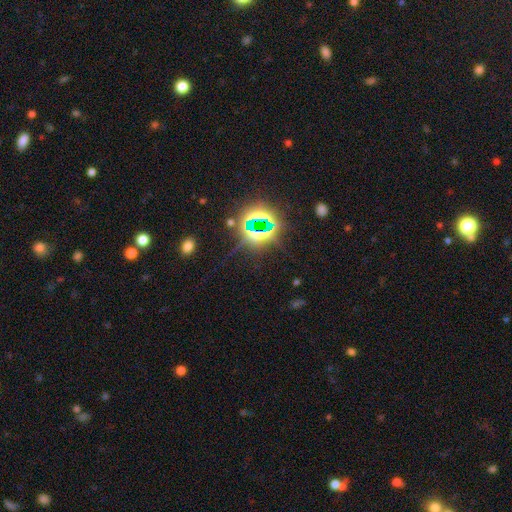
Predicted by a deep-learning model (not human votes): star or artifact 77%, smooth 14%, featured or disk 9%.